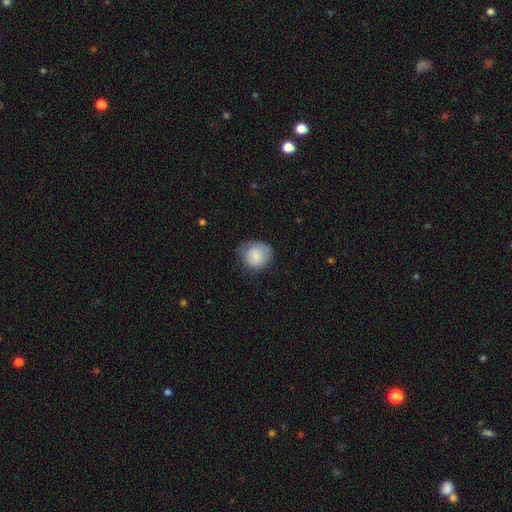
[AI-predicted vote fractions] smooth 80%, featured or disk 13%, star or artifact 7%. Down the decision tree: how rounded — round (81%); merging — none (62%).